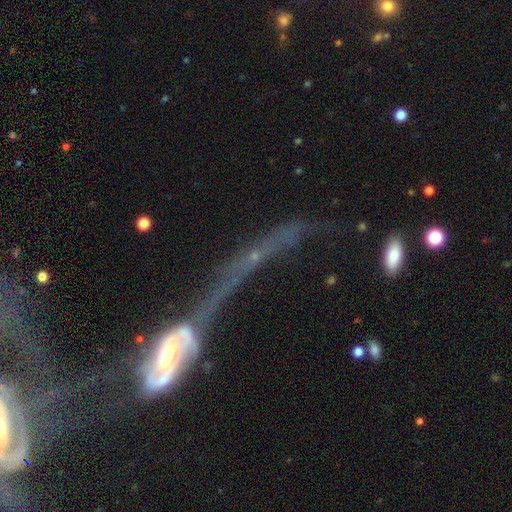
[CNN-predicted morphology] Smooth or featured: featured or disk — 68% (smooth — 19%)
Edge-on disk: no — 69% (yes — 31%)
Merging: major disturbance — 38% (merger — 32%)